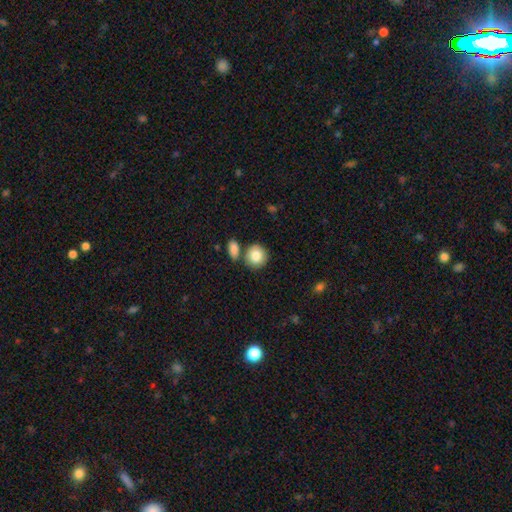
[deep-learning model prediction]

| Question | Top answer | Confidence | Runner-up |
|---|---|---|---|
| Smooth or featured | smooth | 85% | featured or disk (8%) |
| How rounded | round | 82% | in between (17%) |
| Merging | none | 69% | merger (17%) |